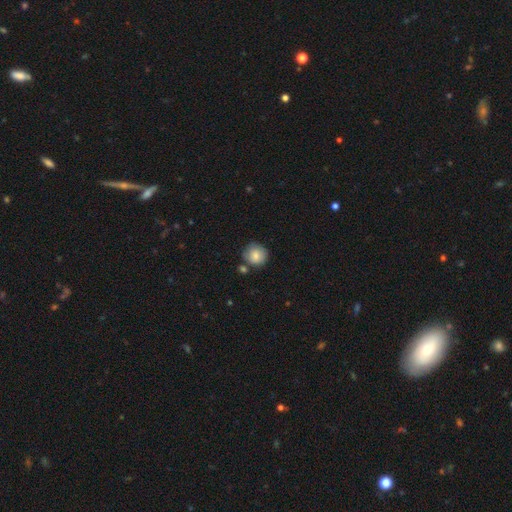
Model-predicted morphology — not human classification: Overall: smooth (83%). How rounded: round (91%). Merging: none (71%).